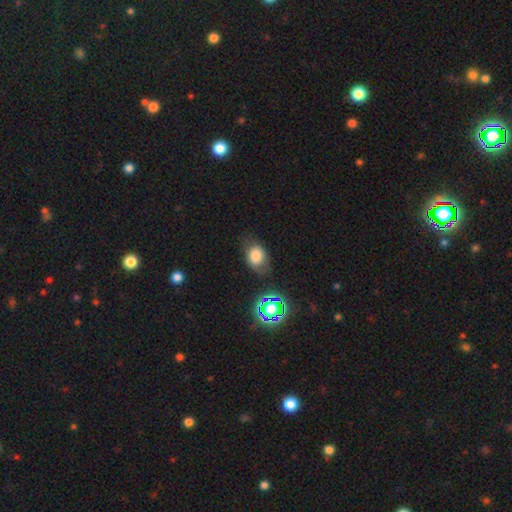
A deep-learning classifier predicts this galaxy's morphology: The model was most divided on "how rounded": in between: 69%, round: 29%, cigar-shaped: 1%. More confident: smooth or featured — smooth (71%); merging — none (66%).